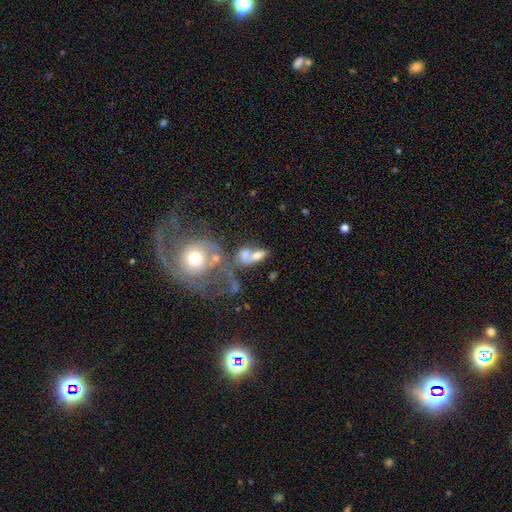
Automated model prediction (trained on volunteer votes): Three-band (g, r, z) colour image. It shows a smooth galaxy with no disk features (53%) that is in between round and cigar-shaped (75%). Merging: merger (51%).